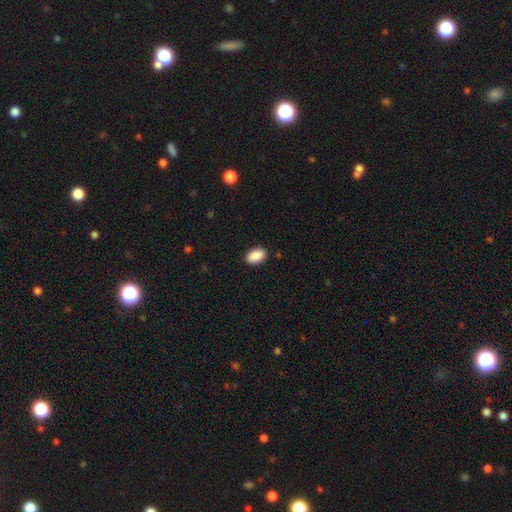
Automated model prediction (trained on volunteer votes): Overall: smooth (90%). How rounded: in between (92%). Merging: none (89%).